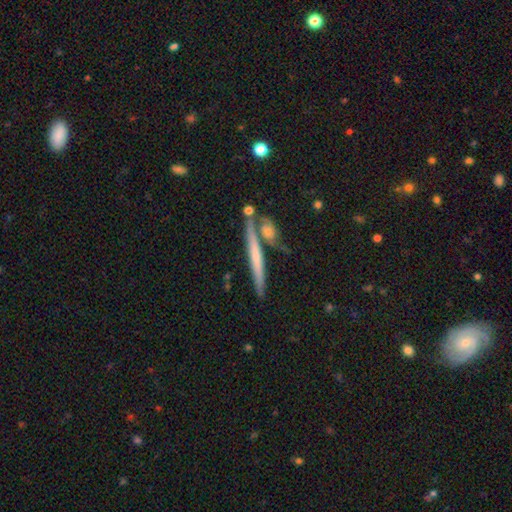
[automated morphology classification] A featured or disk galaxy (48%).

Vote fractions:
- Smooth or featured? featured or disk: 48% / smooth: 46% / star or artifact: 7%
- Merging? none: 76% / merger: 12% / minor disturbance: 10% / major disturbance: 3%